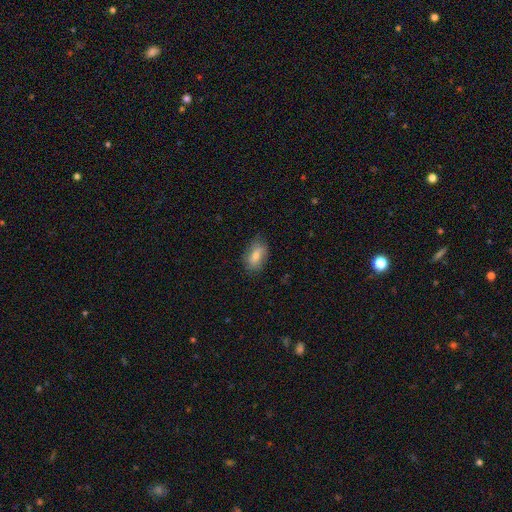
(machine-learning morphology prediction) smooth_or_featured: smooth (p=0.71) [alt: featured or disk p=0.20]
how_rounded: in between (p=0.88) [alt: round p=0.08]
merging: none (p=0.75) [alt: minor disturbance p=0.19]